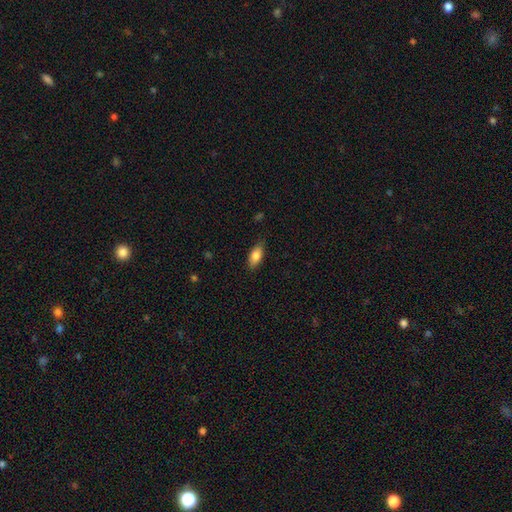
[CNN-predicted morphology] smooth 82%, featured or disk 11%, star or artifact 7%. Down the decision tree: how rounded — in between (87%); merging — none (83%).